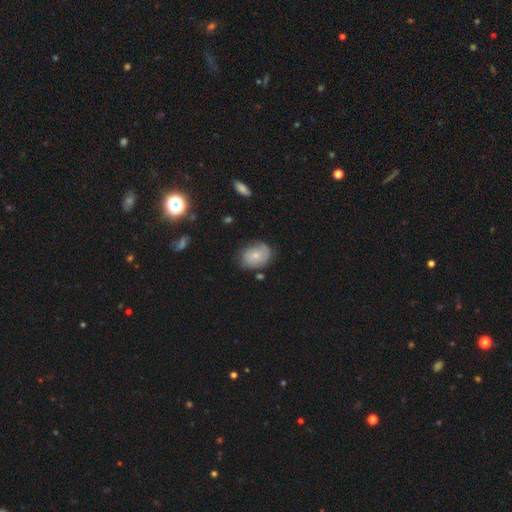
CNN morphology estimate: The model was most divided on "smooth or featured": smooth: 52%, featured or disk: 40%, star or artifact: 8%. More confident: how rounded — in between (67%); merging — none (66%).